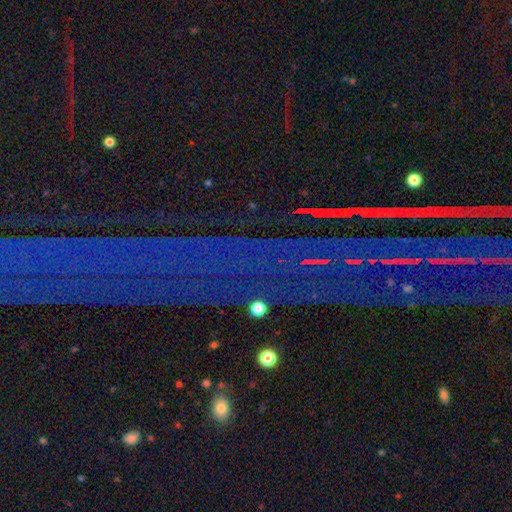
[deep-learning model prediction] This appears to be a star or artifact, not a galaxy (82%).